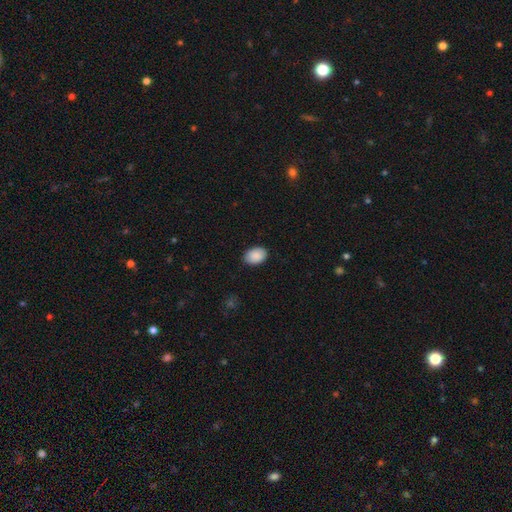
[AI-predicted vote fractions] smooth 90%, star or artifact 6%, featured or disk 3%. Down the decision tree: how rounded — in between (80%); merging — none (86%).